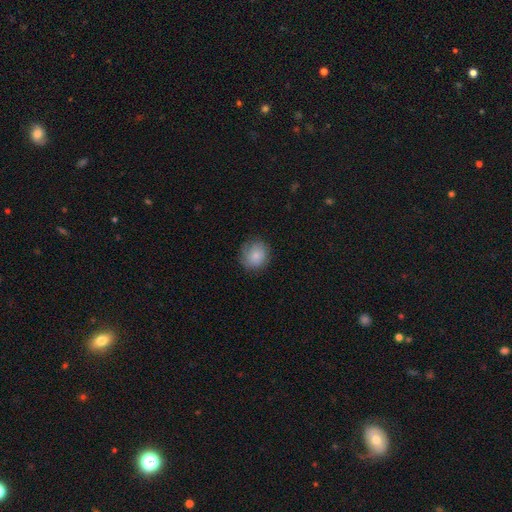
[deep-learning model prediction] smooth_or_featured: smooth (p=0.73) [alt: featured or disk p=0.19]
how_rounded: round (p=0.86) [alt: in between p=0.13]
merging: none (p=0.74) [alt: minor disturbance p=0.19]